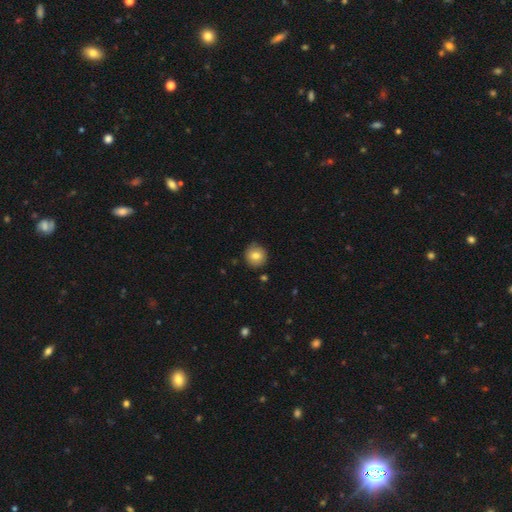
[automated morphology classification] Smooth or featured? Predicted: smooth (p=0.80). How rounded? Predicted: round (p=0.91). Merging? Predicted: none (p=0.85).